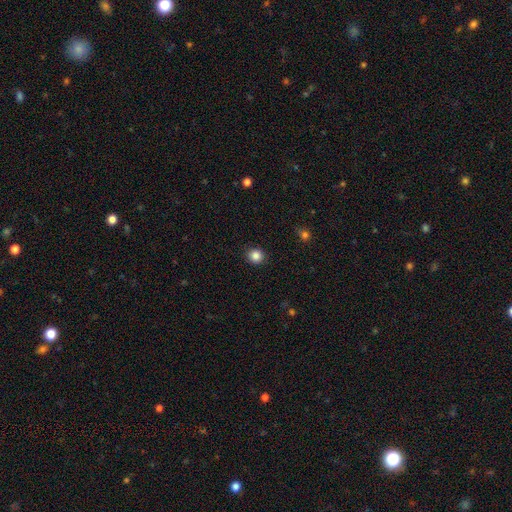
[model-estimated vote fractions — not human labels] This appears to be a smooth galaxy with no disk features (85%) that is round (89%). Merging: none (91%).